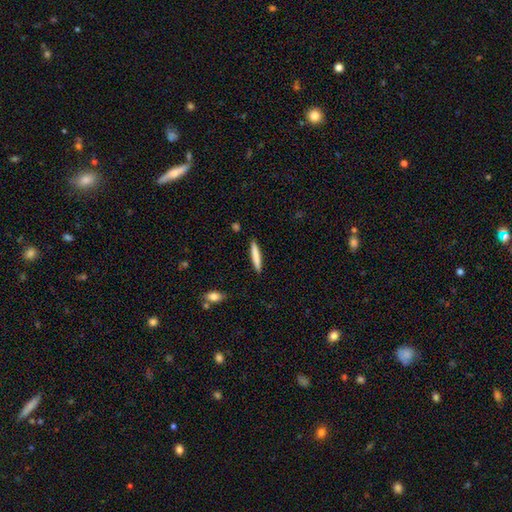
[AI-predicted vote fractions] Smooth or featured? Predicted: smooth (p=0.78). How rounded? Predicted: cigar-shaped (p=0.94). Merging? Predicted: none (p=0.91).